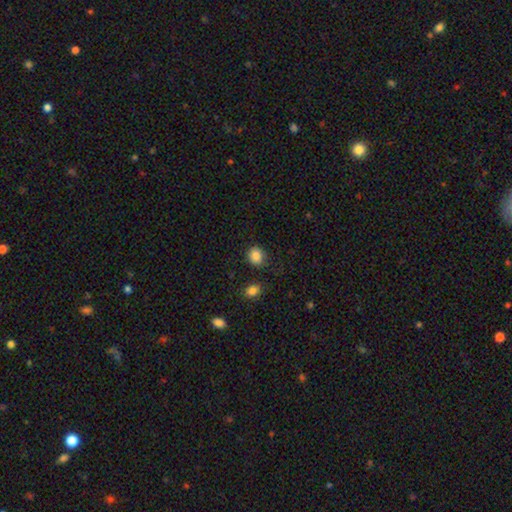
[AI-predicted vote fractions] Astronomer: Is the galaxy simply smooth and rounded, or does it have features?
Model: smooth — 87%.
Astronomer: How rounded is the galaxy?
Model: round — 70%.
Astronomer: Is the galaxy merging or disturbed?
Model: none — 82%.